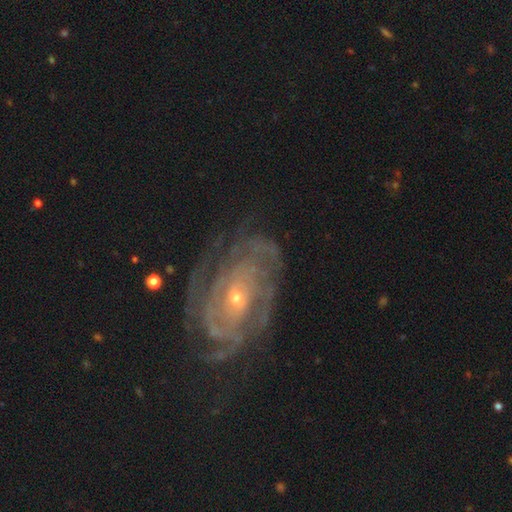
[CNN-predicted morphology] type=featured or disk (88%); edge-on=no (96%); bar=no (62%); spiral arms=yes (95%); winding=tight (71%); arm count=can't tell (34%); bulge=small (69%); merging=none (72%).